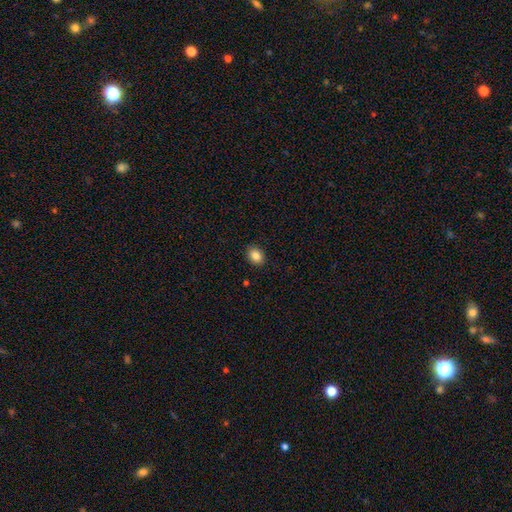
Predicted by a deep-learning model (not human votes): This appears to be a smooth galaxy with no disk features (86%) that is in between round and cigar-shaped (58%). Merging: none (89%).